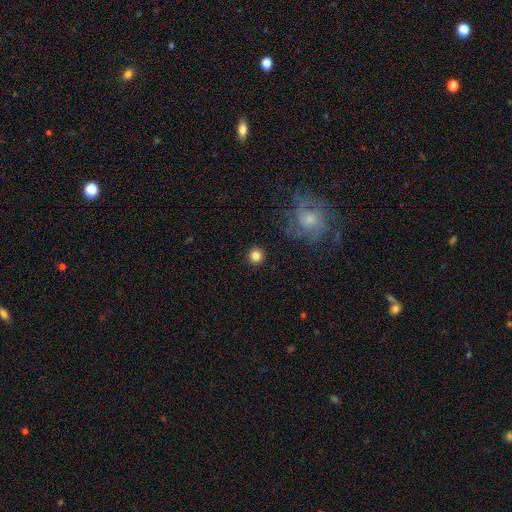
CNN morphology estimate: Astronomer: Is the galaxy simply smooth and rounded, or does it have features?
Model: smooth — 85%.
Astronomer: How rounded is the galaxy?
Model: round — 93%.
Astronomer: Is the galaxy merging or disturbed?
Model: none — 90%.